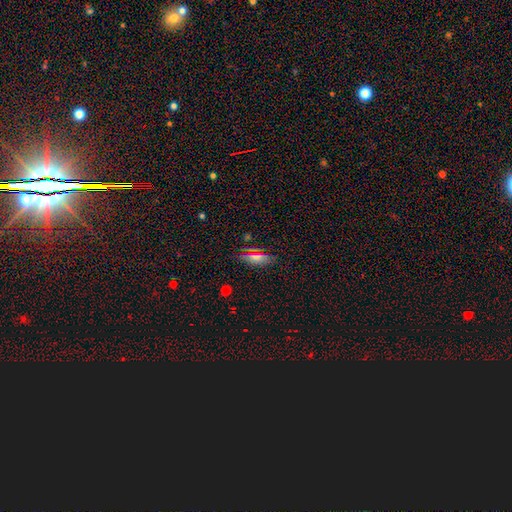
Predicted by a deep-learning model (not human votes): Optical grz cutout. It shows a smooth galaxy with no disk features (63%) that is in between round and cigar-shaped (72%). Merging: none (81%).